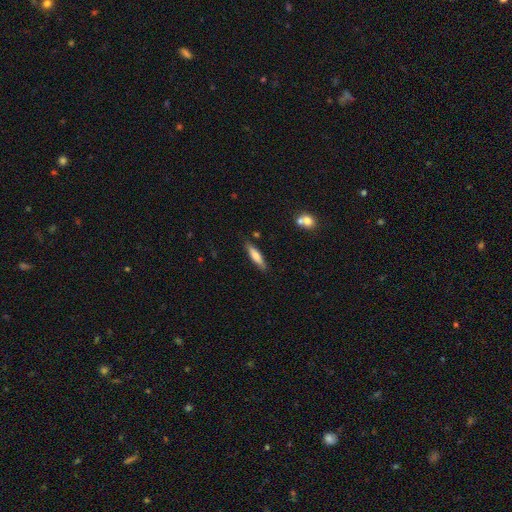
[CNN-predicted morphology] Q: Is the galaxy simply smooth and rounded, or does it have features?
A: smooth — 68%.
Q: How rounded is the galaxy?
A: cigar-shaped — 77%.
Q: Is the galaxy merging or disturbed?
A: none — 84%.